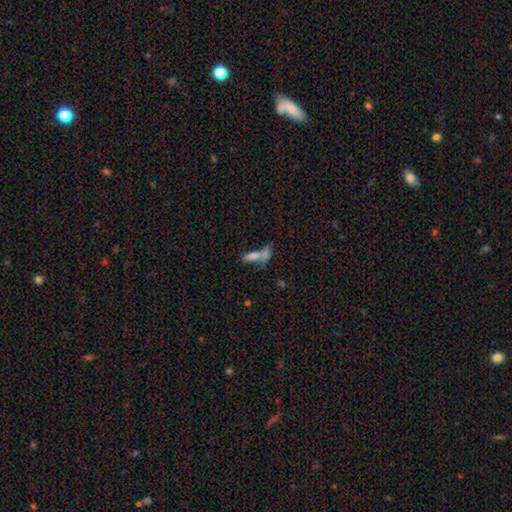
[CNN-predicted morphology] Smooth or featured: smooth — 70% (featured or disk — 18%)
How rounded: cigar-shaped — 50% (in between — 46%)
Merging: merger — 56% (none — 28%)